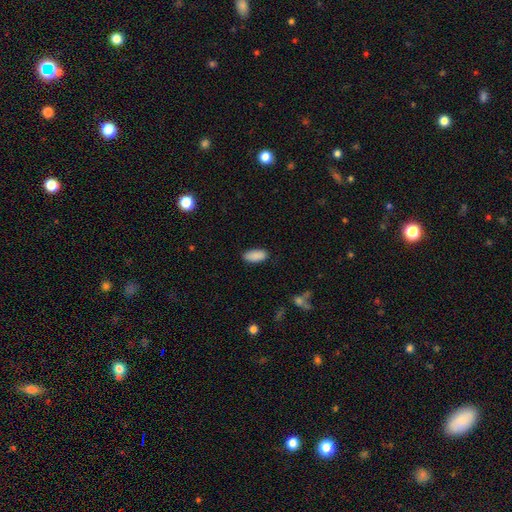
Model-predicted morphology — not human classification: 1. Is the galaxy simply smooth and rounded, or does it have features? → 89% smooth, 7% star or artifact, 4% featured or disk.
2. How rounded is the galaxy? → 90% in between, 8% cigar-shaped, 2% round.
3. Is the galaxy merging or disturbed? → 87% none, 10% minor disturbance, 2% major disturbance, 1% merger.